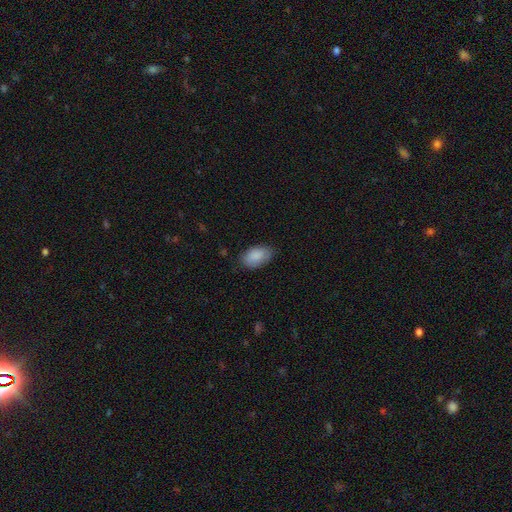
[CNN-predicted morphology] smooth-or-featured: smooth: 88% | star or artifact: 6% | featured or disk: 6%
  how-rounded: in between: 93% | round: 5% | cigar-shaped: 1%
  merging: none: 77% | minor disturbance: 18% | major disturbance: 4% | merger: 1%